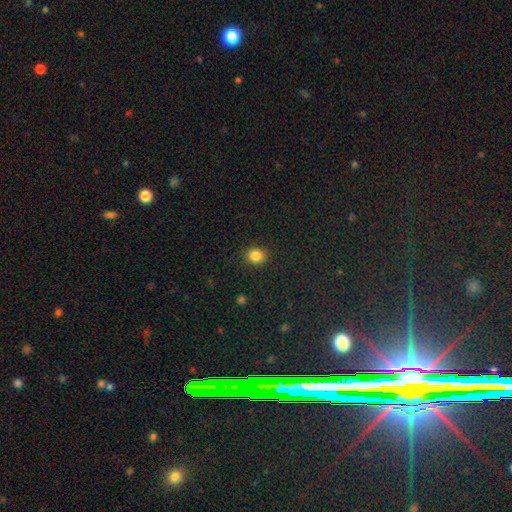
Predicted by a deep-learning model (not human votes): Morphology: type=smooth (84%); roundness=round (79%); merging=none (90%).